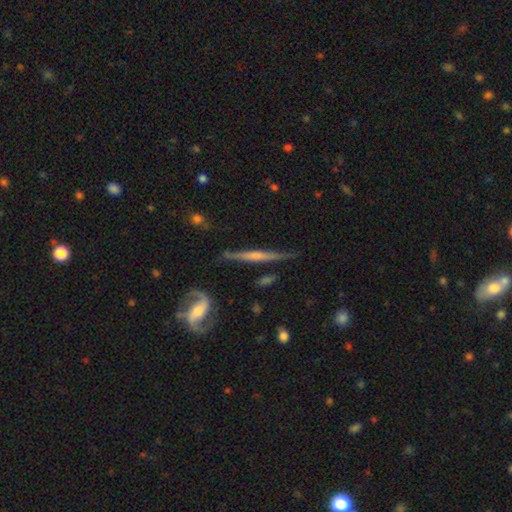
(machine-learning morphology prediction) Smooth or featured?
  - featured or disk: 72% *
  - smooth: 22%
  - star or artifact: 6%
Edge-on disk?
  - yes: 91% *
  - no: 9%
Edge-on bulge?
  - none: 43% *
  - rounded: 42%
  - boxy: 15%
Merging?
  - none: 77% *
  - minor disturbance: 16%
  - major disturbance: 4%
  - merger: 3%